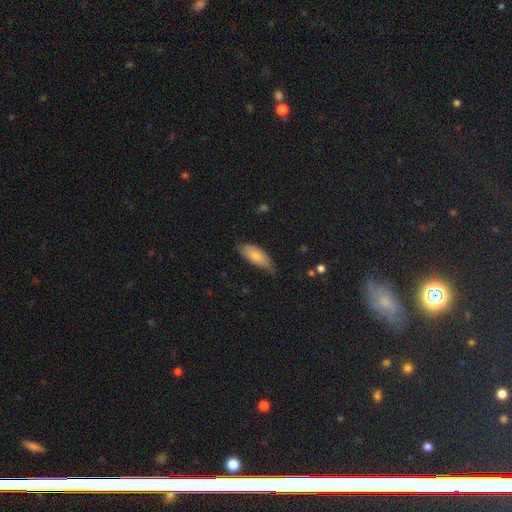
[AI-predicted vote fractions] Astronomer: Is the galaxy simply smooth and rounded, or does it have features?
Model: smooth — 77%.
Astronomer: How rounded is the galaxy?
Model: in between — 81%.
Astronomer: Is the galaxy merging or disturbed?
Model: none — 56% (runner-up: minor disturbance, 36%).